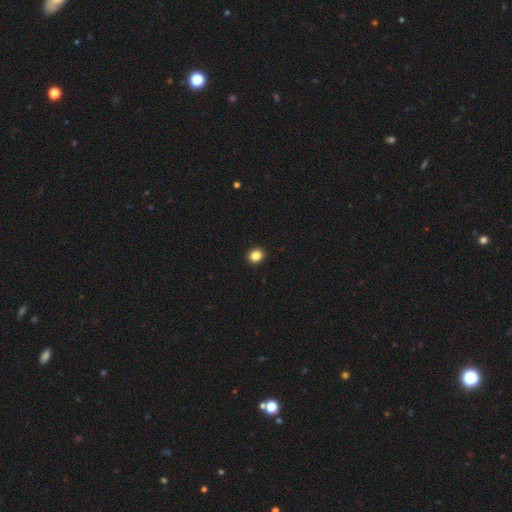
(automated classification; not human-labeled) This appears to be a smooth galaxy with no disk features (85%) that is round (81%). Merging: none (93%).